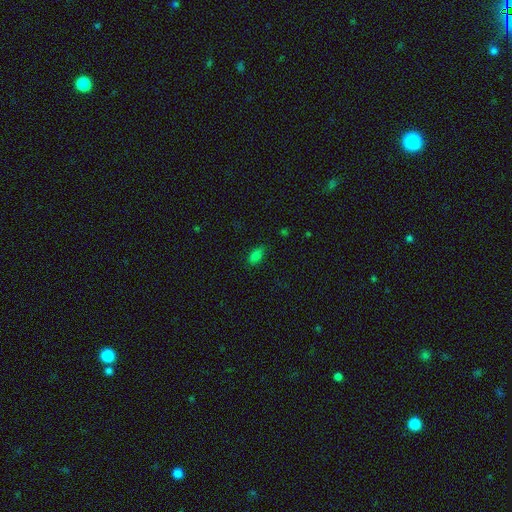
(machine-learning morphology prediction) The model was most divided on "merging": none: 78%, minor disturbance: 17%, major disturbance: 4%, merger: 1%. More confident: how rounded — in between (88%); smooth or featured — smooth (80%).